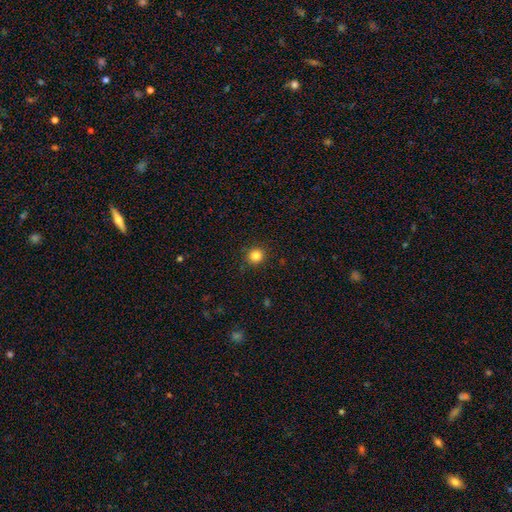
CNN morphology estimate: Q: Smooth or featured?
A: smooth (84%); runner-up: star or artifact (12%)
Q: How rounded?
A: round (89%); runner-up: in between (10%)
Q: Merging?
A: none (91%); runner-up: minor disturbance (6%)